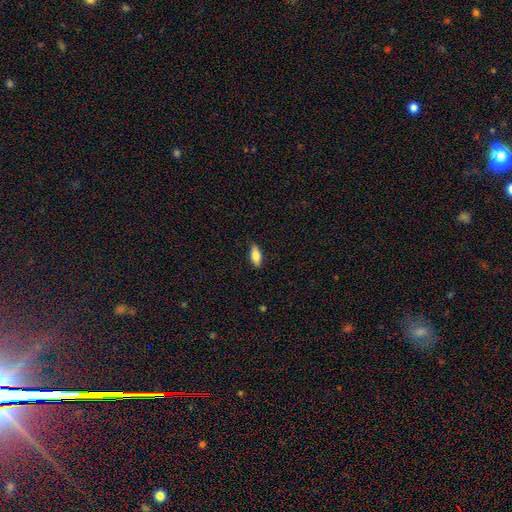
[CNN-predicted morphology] smooth-or-featured: smooth: 79% | featured or disk: 14% | star or artifact: 6%
  how-rounded: in between: 80% | cigar-shaped: 18% | round: 2%
  merging: none: 86% | minor disturbance: 11% | major disturbance: 2% | merger: 1%